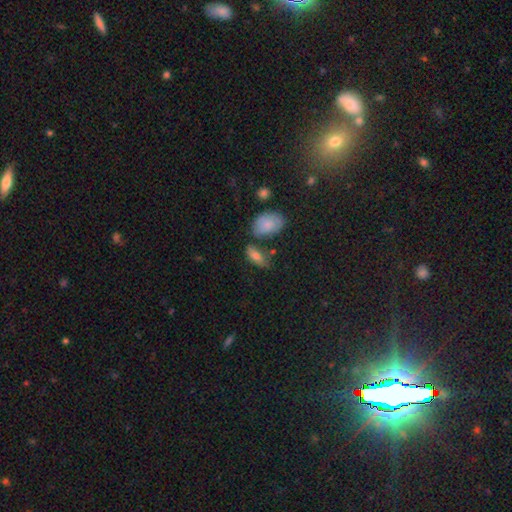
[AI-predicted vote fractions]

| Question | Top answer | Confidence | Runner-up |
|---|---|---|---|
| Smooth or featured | smooth | 75% | featured or disk (16%) |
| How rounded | in between | 83% | cigar-shaped (12%) |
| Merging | none | 54% | minor disturbance (23%) |